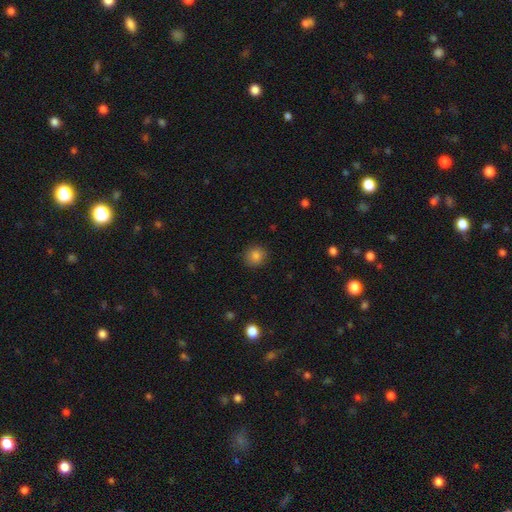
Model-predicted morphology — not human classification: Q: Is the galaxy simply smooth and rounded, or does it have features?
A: smooth — 84%.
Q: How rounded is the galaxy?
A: round — 88%.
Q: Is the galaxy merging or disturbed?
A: none — 89%.